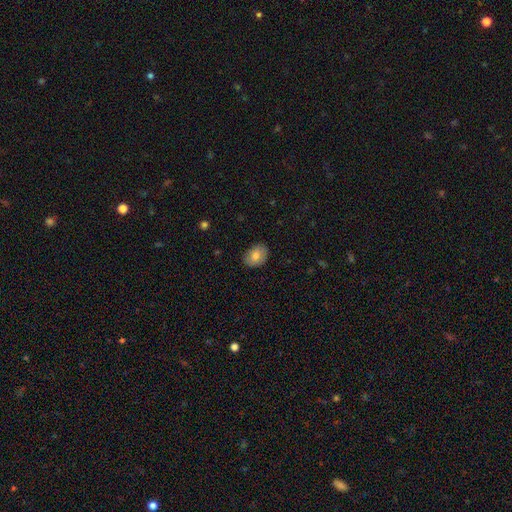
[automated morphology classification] smooth-or-featured: smooth: 77% | featured or disk: 15% | star or artifact: 7%
  how-rounded: in between: 74% | round: 25% | cigar-shaped: 1%
  merging: none: 84% | minor disturbance: 13% | major disturbance: 2% | merger: 1%